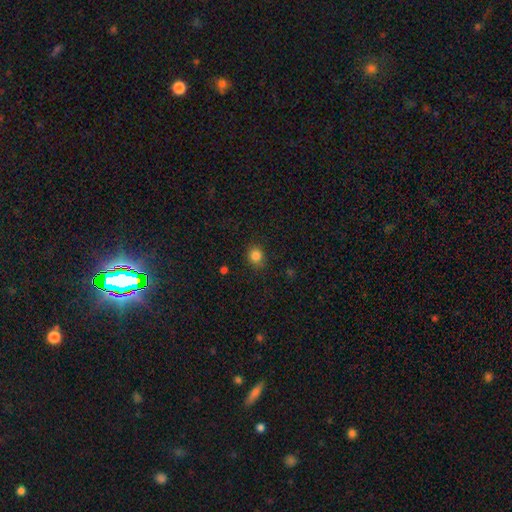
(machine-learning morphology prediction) Smooth or featured? Predicted: smooth (p=0.85). How rounded? Predicted: round (p=0.79). Merging? Predicted: none (p=0.83).